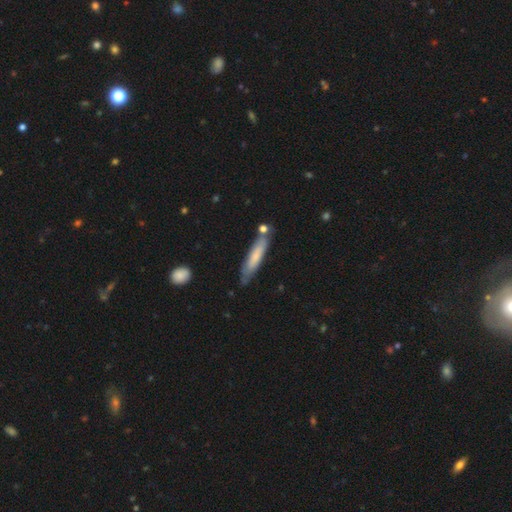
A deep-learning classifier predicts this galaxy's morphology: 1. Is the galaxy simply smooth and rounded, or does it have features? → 67% smooth, 28% featured or disk, 5% star or artifact.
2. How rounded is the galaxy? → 86% cigar-shaped, 13% in between, 1% round.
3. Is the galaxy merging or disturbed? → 71% none, 19% minor disturbance, 6% merger, 4% major disturbance.